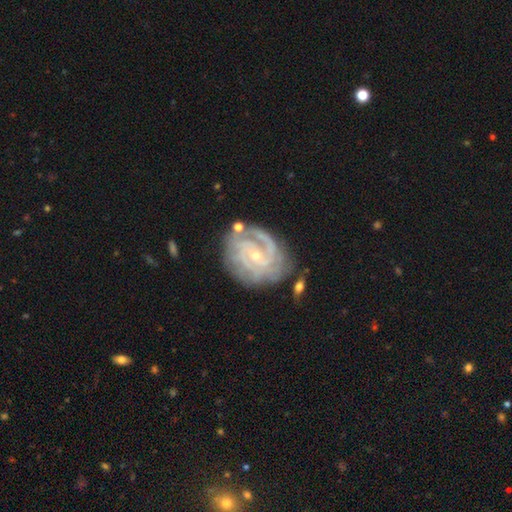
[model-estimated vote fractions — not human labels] Smooth or featured? Predicted: featured or disk (p=0.89). Edge-on disk? Predicted: no (p=0.98). Bar? Predicted: no (p=0.59). Spiral arms? Predicted: yes (p=0.97). Spiral winding? Predicted: tight (p=0.69). Spiral arm count? Predicted: 2 (p=0.27). Bulge size? Predicted: small (p=0.73). Merging? Predicted: none (p=0.68).